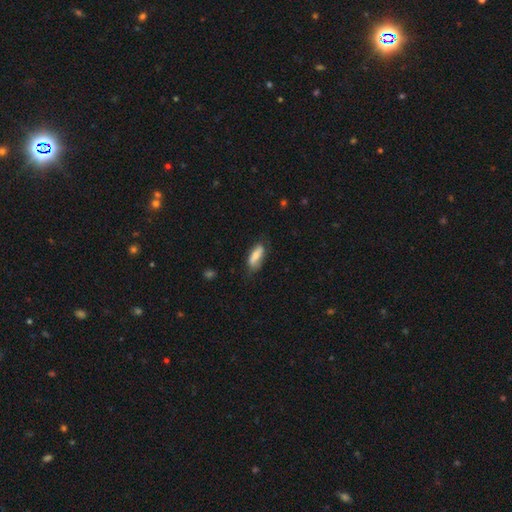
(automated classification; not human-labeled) Q: Smooth or featured?
A: smooth (73%); runner-up: featured or disk (21%)
Q: How rounded?
A: in between (72%); runner-up: cigar-shaped (25%)
Q: Merging?
A: none (62%); runner-up: minor disturbance (28%)